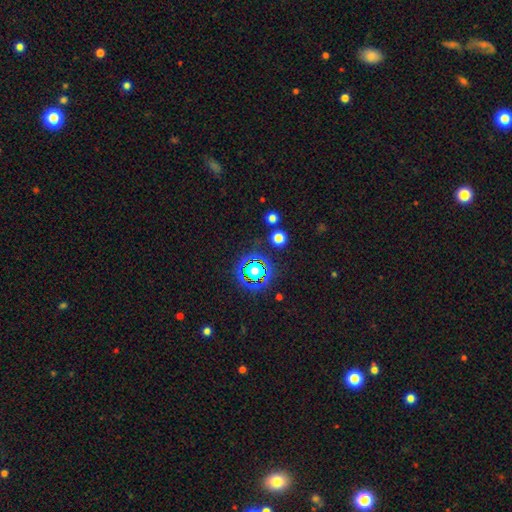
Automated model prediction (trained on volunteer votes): A star or artifact, not a galaxy (78%).